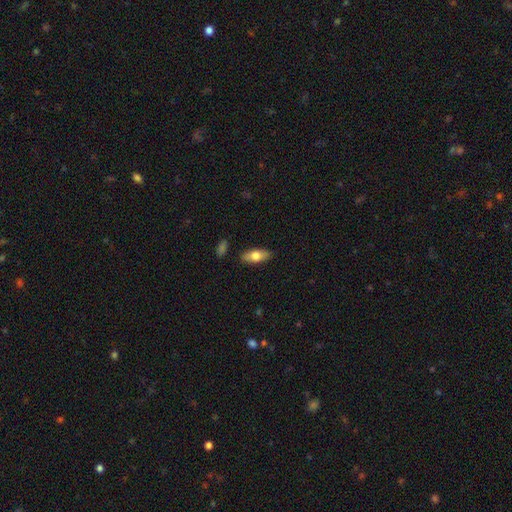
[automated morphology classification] Smooth or featured?
  - smooth: 70% *
  - featured or disk: 24%
  - star or artifact: 6%
How rounded?
  - in between: 77% *
  - cigar-shaped: 19%
  - round: 3%
Merging?
  - none: 86% *
  - minor disturbance: 10%
  - major disturbance: 2%
  - merger: 2%